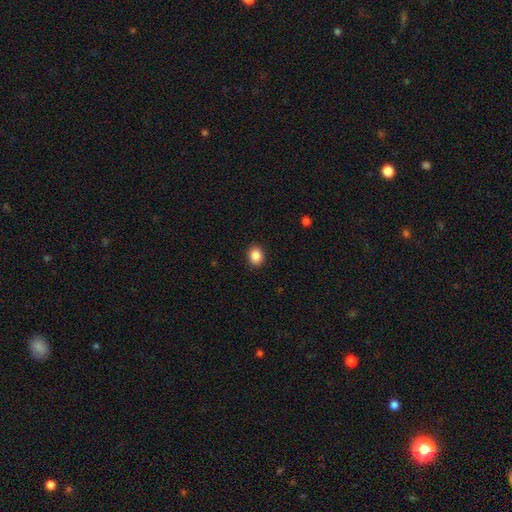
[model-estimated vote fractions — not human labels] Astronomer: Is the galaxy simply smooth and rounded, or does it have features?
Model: smooth — 87%.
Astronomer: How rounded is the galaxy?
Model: round — 57% (runner-up: in between, 42%).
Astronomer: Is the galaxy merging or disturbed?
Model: none — 91%.